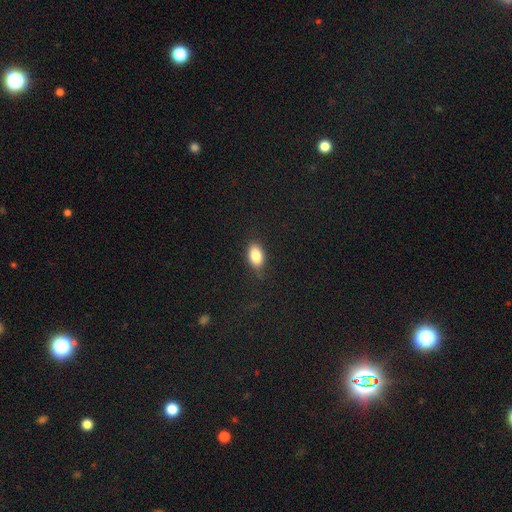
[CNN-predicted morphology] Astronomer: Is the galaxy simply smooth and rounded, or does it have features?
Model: smooth — 84%.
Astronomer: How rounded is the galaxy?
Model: in between — 88%.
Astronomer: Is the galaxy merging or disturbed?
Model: none — 81%.